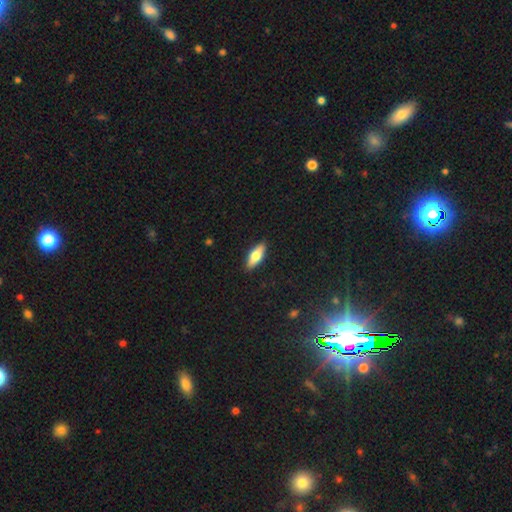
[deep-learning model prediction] This appears to be a smooth galaxy with no disk features (60%) that is in between round and cigar-shaped (61%). Merging: none (90%).